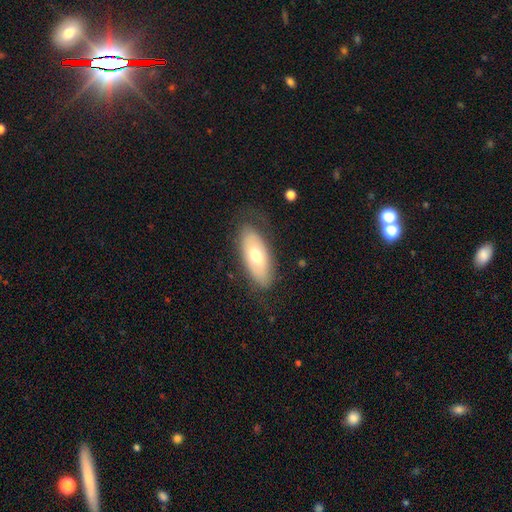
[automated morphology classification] A smooth galaxy with no disk features (57%) that is in between round and cigar-shaped (85%). Merging: none (74%).